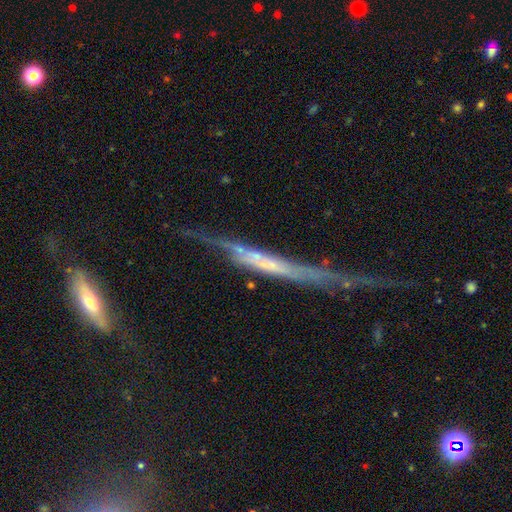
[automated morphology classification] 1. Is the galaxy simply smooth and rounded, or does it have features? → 60% featured or disk, 32% smooth, 9% star or artifact.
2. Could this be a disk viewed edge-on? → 73% yes, 27% no.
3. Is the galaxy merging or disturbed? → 49% none, 26% minor disturbance, 15% major disturbance, 11% merger.